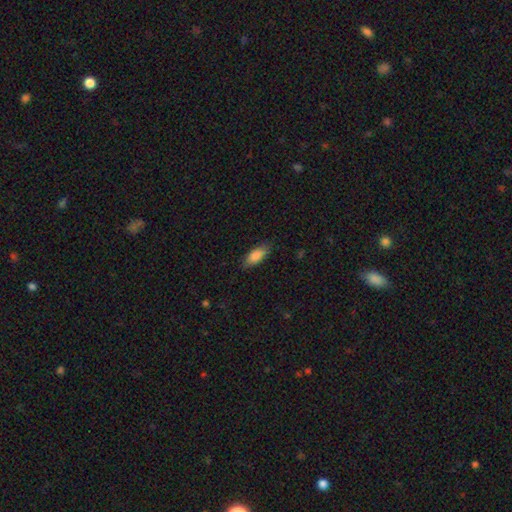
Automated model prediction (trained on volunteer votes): Smooth or featured?
  - smooth: 83% *
  - featured or disk: 11%
  - star or artifact: 6%
How rounded?
  - in between: 80% *
  - cigar-shaped: 18%
  - round: 2%
Merging?
  - none: 82% *
  - minor disturbance: 14%
  - major disturbance: 3%
  - merger: 1%